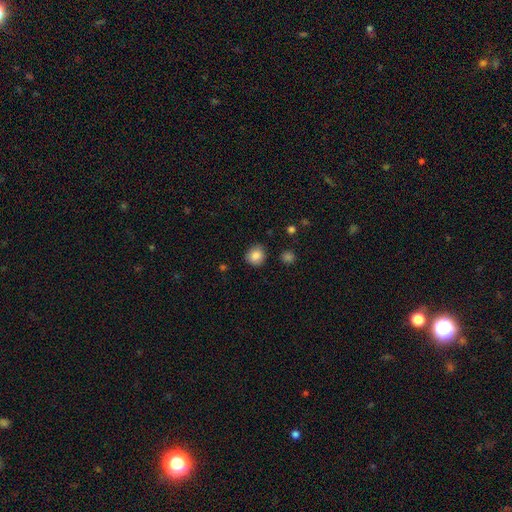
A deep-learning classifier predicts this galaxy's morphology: Smooth or featured?
  - smooth: 85% *
  - star or artifact: 9%
  - featured or disk: 6%
How rounded?
  - round: 87% *
  - in between: 13%
  - cigar-shaped: 1%
Merging?
  - none: 86% *
  - minor disturbance: 10%
  - major disturbance: 2%
  - merger: 2%